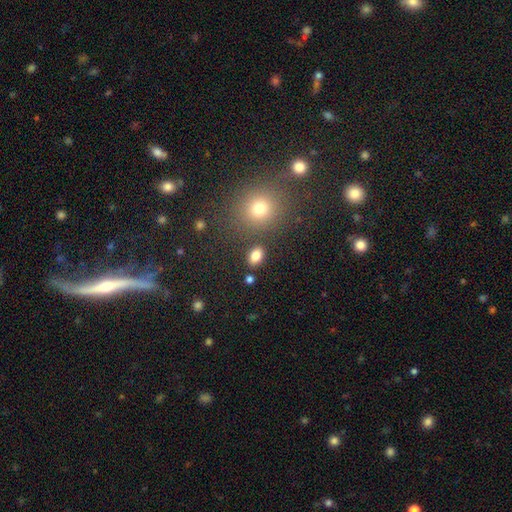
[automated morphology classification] The model was most divided on "how rounded": in between: 76%, round: 22%, cigar-shaped: 1%. More confident: smooth or featured — smooth (82%); merging — none (82%).